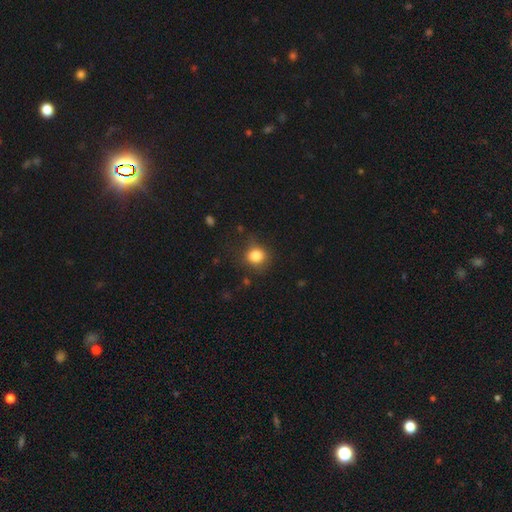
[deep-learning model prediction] Smooth or featured: smooth — 82% (star or artifact — 11%)
How rounded: round — 83% (in between — 16%)
Merging: none — 75% (minor disturbance — 18%)